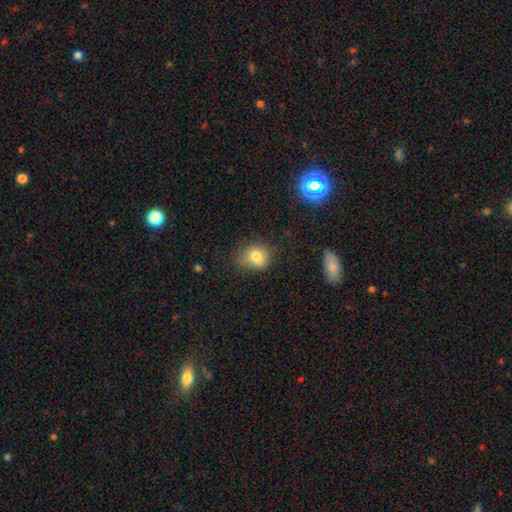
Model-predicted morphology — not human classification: The model was most divided on "how rounded": round: 56%, in between: 43%, cigar-shaped: 1%. Remaining: smooth or featured — smooth (73%); merging — none (50%).